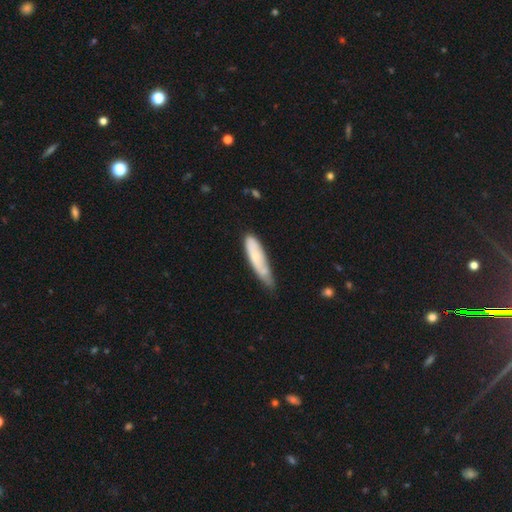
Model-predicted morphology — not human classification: Smooth or featured? smooth (60%)
How rounded? cigar-shaped (70%)
Merging? none (45%)